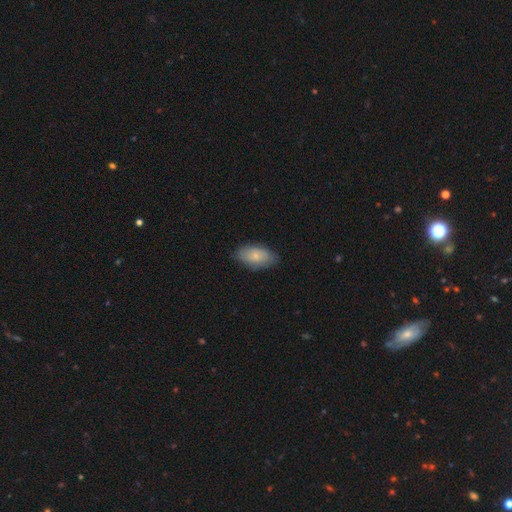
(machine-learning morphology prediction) type=smooth (76%); roundness=in between (93%); merging=none (77%).